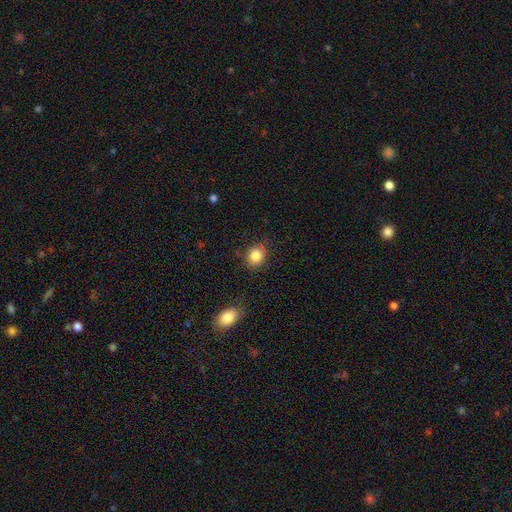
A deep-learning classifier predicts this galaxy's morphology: This is clearly a smooth galaxy (84%). How rounded: likely round (64%). Merging: clearly none (81%).